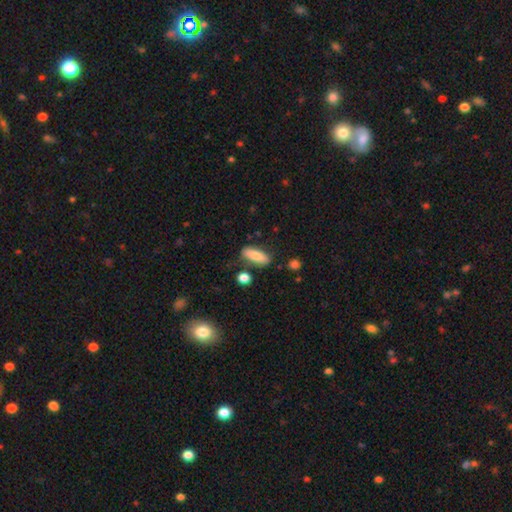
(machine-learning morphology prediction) Smooth or featured: smooth — 80% (featured or disk — 14%)
How rounded: in between — 70% (cigar-shaped — 28%)
Merging: none — 74% (minor disturbance — 16%)